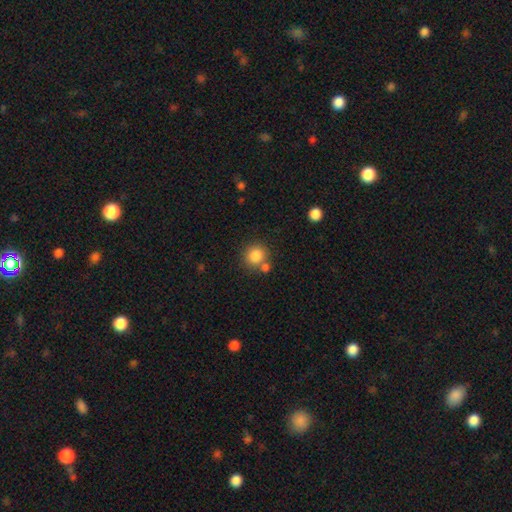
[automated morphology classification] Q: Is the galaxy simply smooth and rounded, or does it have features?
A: smooth — 84%.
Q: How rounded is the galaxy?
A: round — 89%.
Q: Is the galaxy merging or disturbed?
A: none — 67%.